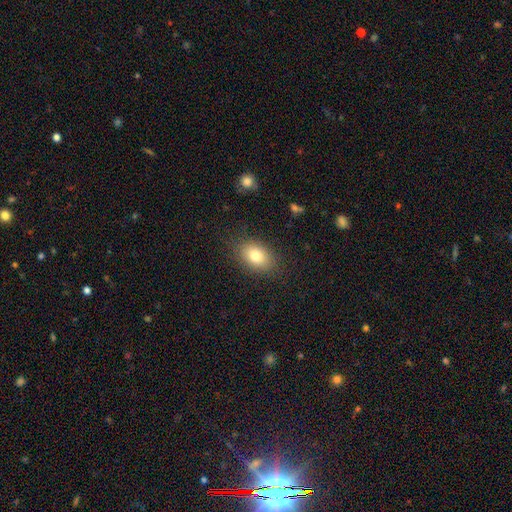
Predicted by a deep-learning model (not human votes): Q: Smooth or featured?
A: smooth (79%); runner-up: featured or disk (11%)
Q: How rounded?
A: in between (79%); runner-up: round (20%)
Q: Merging?
A: none (85%); runner-up: minor disturbance (10%)